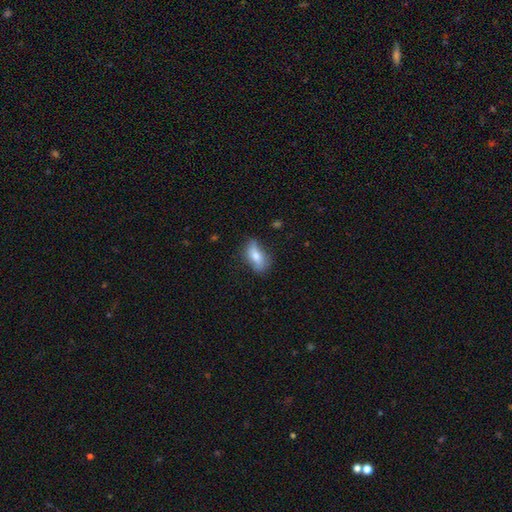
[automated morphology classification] smooth-or-featured: smooth: 67% | featured or disk: 25% | star or artifact: 8%
  how-rounded: in between: 84% | cigar-shaped: 11% | round: 6%
  merging: none: 63% | minor disturbance: 27% | major disturbance: 8% | merger: 2%